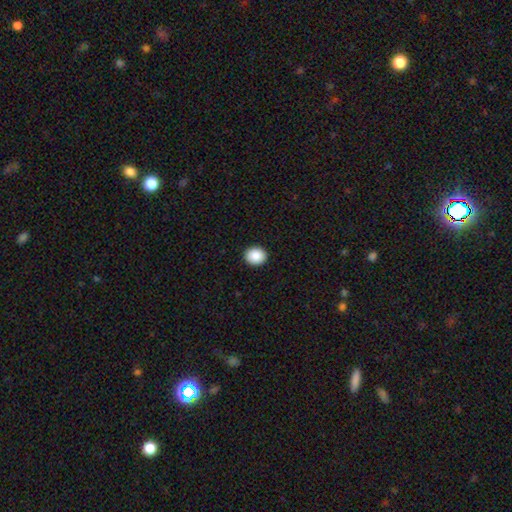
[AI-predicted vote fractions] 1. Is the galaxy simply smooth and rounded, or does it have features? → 89% smooth, 8% star or artifact, 3% featured or disk.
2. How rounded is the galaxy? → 73% round, 26% in between, 1% cigar-shaped.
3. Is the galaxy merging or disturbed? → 93% none, 5% minor disturbance, 1% major disturbance, 1% merger.